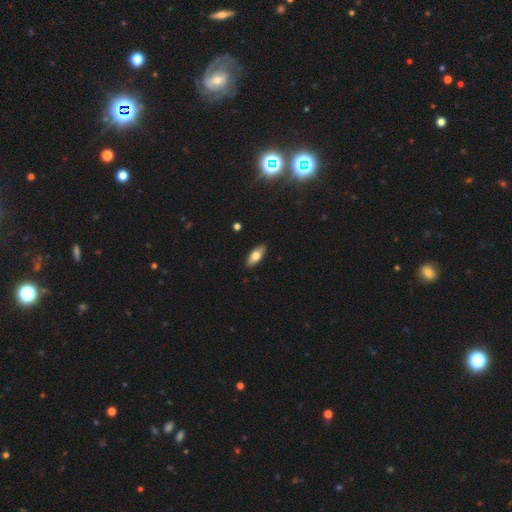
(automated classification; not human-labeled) smooth 67%, featured or disk 27%, star or artifact 6%. Down the decision tree: how rounded — in between (78%); merging — none (89%).